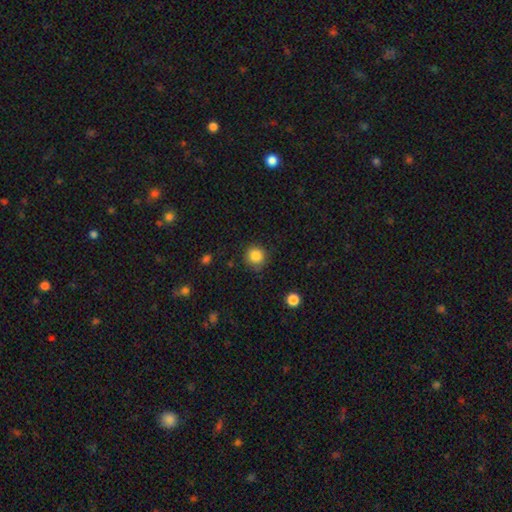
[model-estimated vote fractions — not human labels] Smooth or featured? smooth (85%)
How rounded? round (92%)
Merging? none (83%)